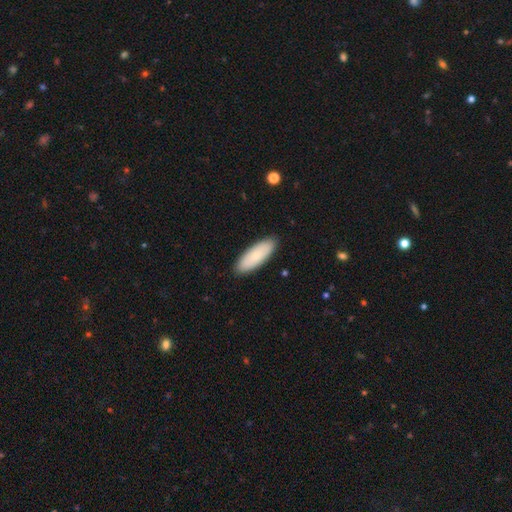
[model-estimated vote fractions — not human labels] This appears to be a smooth galaxy with no disk features (79%) that is in between round and cigar-shaped (66%). Merging: none (89%).